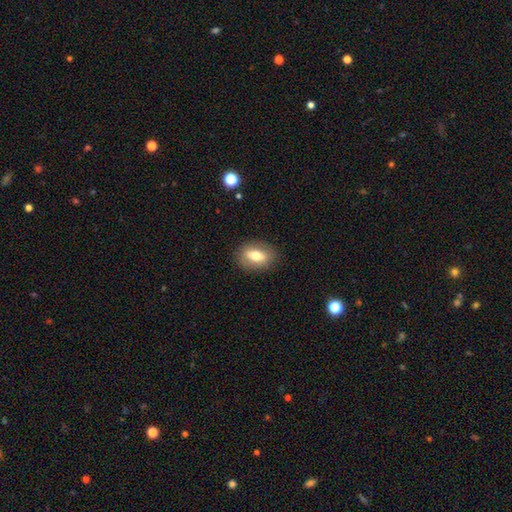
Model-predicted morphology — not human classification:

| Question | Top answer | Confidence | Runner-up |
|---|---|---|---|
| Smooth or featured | smooth | 67% | featured or disk (25%) |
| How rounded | in between | 78% | round (19%) |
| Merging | none | 86% | minor disturbance (10%) |